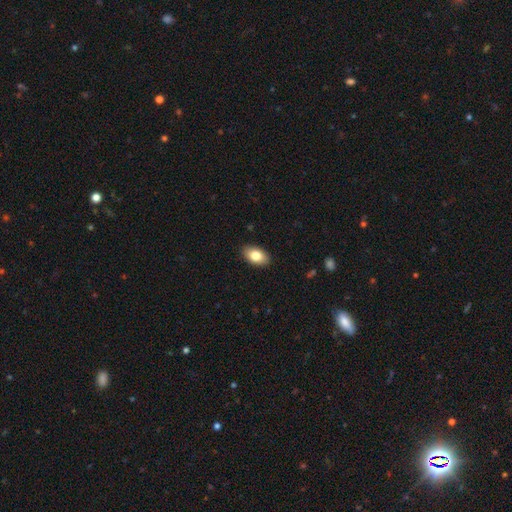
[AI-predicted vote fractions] A smooth galaxy with no disk features (82%) that is in between round and cigar-shaped (92%).

Vote fractions:
- Smooth or featured? smooth: 82% / featured or disk: 11% / star or artifact: 7%
- How rounded? in between: 92% / round: 6% / cigar-shaped: 2%
- Merging? none: 89% / minor disturbance: 8% / major disturbance: 2% / merger: 1%